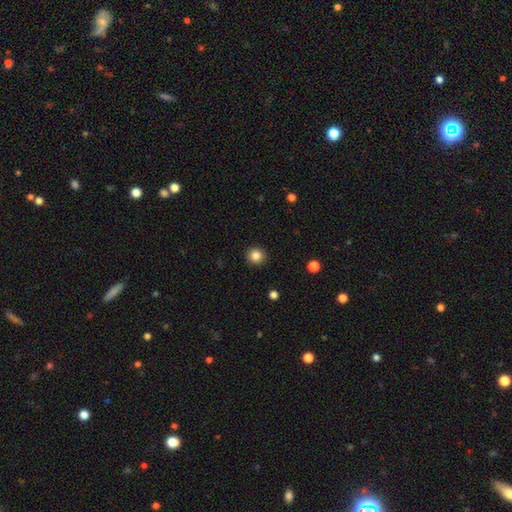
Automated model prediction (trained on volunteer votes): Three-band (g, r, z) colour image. It shows a smooth galaxy with no disk features (84%) that is round (92%). Merging: none (92%).